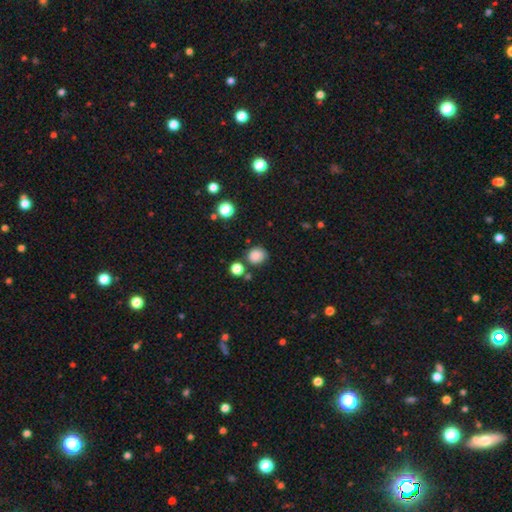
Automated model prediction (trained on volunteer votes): The model was most divided on "merging": none: 76%, minor disturbance: 13%, merger: 7%, major disturbance: 4%. More confident: smooth or featured — smooth (85%); how rounded — round (82%).